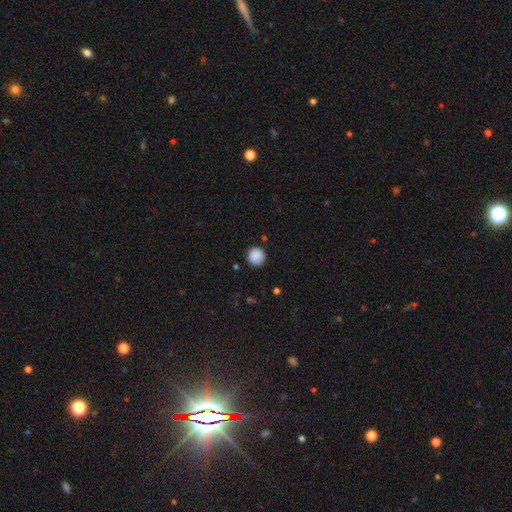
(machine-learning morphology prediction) Smooth or featured? Predicted: smooth (p=0.88). How rounded? Predicted: round (p=0.95). Merging? Predicted: none (p=0.88).